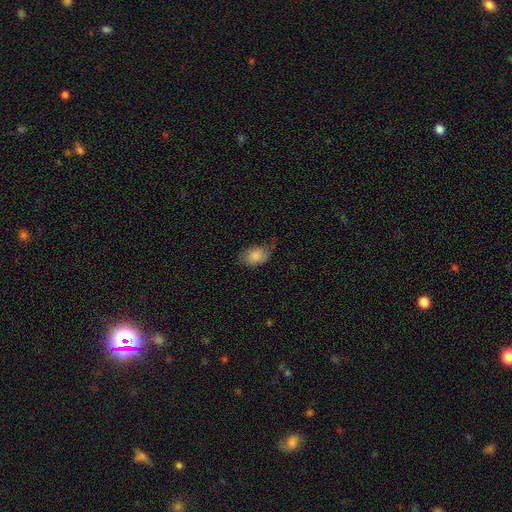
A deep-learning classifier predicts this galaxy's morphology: A smooth galaxy with no disk features (85%) that is in between round and cigar-shaped (88%).

Vote fractions:
- Smooth or featured? smooth: 85% / featured or disk: 8% / star or artifact: 7%
- How rounded? in between: 88% / round: 11% / cigar-shaped: 1%
- Merging? none: 65% / minor disturbance: 28% / major disturbance: 6% / merger: 2%